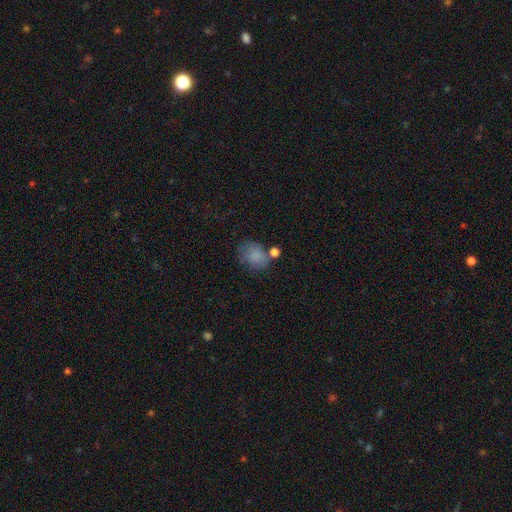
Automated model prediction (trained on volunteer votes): Q: Smooth or featured?
A: smooth (81%); runner-up: featured or disk (10%)
Q: How rounded?
A: round (50%); runner-up: in between (49%)
Q: Merging?
A: none (53%); runner-up: minor disturbance (22%)